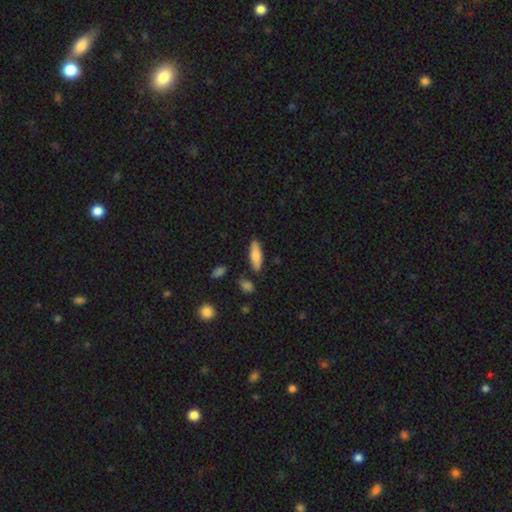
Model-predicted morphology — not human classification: Q: Smooth or featured?
A: smooth (78%); runner-up: featured or disk (15%)
Q: How rounded?
A: in between (49%); tied with: cigar-shaped (49%)
Q: Merging?
A: none (83%); runner-up: minor disturbance (11%)